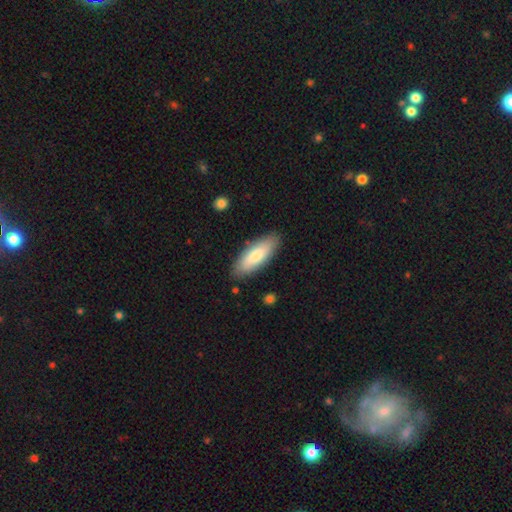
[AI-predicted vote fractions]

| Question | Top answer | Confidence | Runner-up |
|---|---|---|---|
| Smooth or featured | smooth | 79% | featured or disk (16%) |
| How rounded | in between | 68% | cigar-shaped (31%) |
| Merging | none | 86% | minor disturbance (11%) |